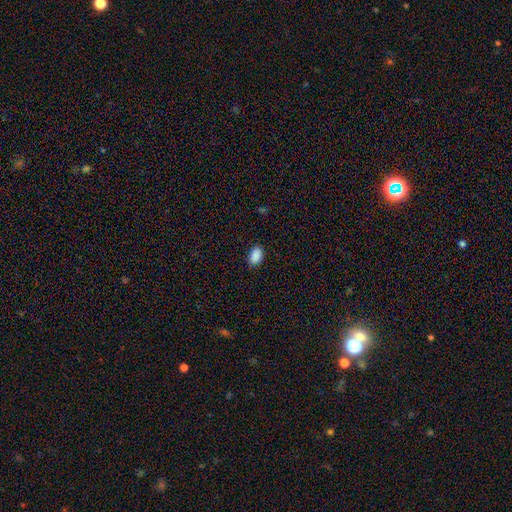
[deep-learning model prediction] A smooth galaxy with no disk features (90%) that is in between round and cigar-shaped (91%). Merging: none (88%).